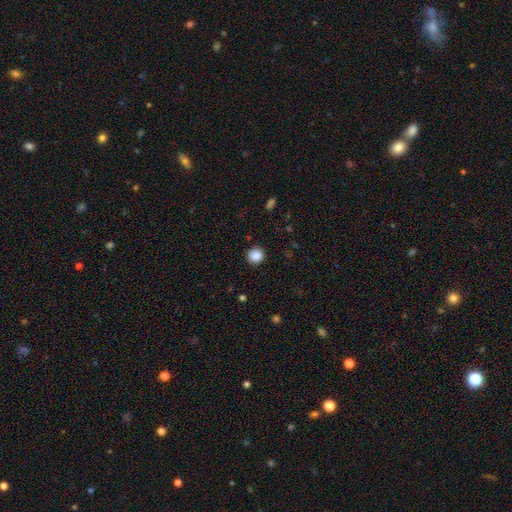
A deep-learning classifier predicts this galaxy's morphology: The model was most divided on "smooth or featured": smooth: 87%, star or artifact: 10%, featured or disk: 3%. More confident: how rounded — round (92%); merging — none (90%).